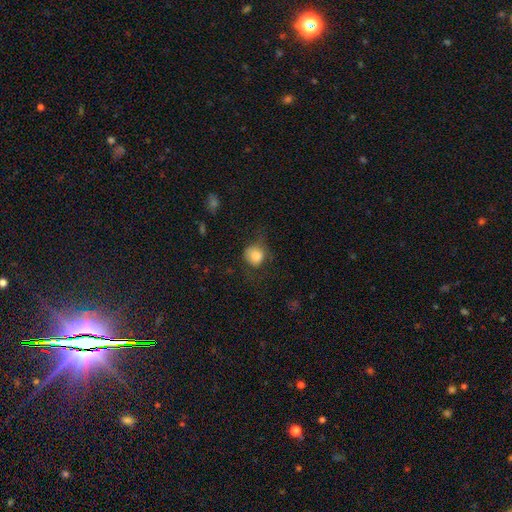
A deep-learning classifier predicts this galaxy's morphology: Q: Smooth or featured?
A: smooth (81%); runner-up: featured or disk (9%)
Q: How rounded?
A: round (79%); runner-up: in between (20%)
Q: Merging?
A: none (51%); runner-up: minor disturbance (26%)